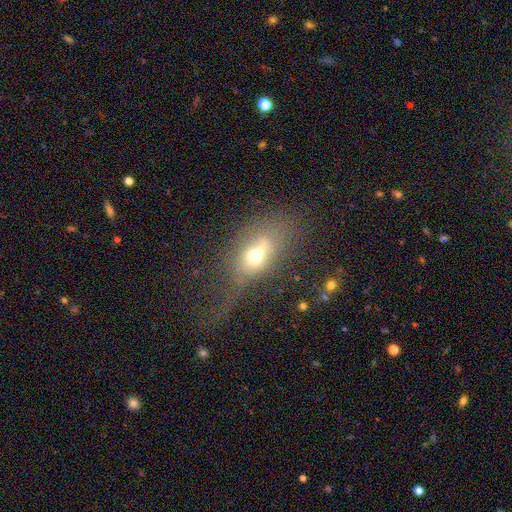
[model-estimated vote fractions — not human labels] Smooth or featured: smooth — 52% (featured or disk — 35%)
How rounded: in between — 76% (round — 16%)
Merging: major disturbance — 43% (none — 27%)